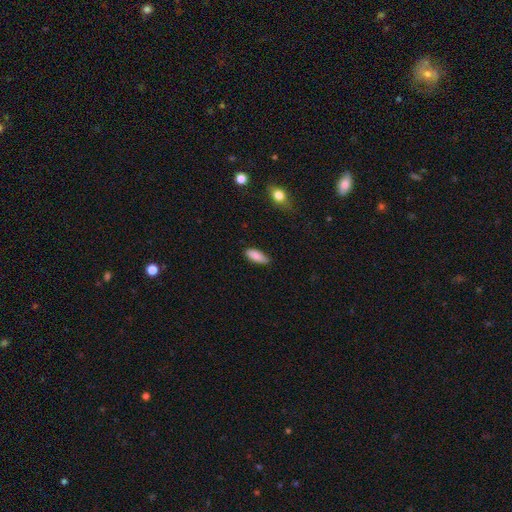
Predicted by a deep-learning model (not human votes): smooth 86%, featured or disk 7%, star or artifact 7%. Down the decision tree: how rounded — in between (76%); merging — none (80%).